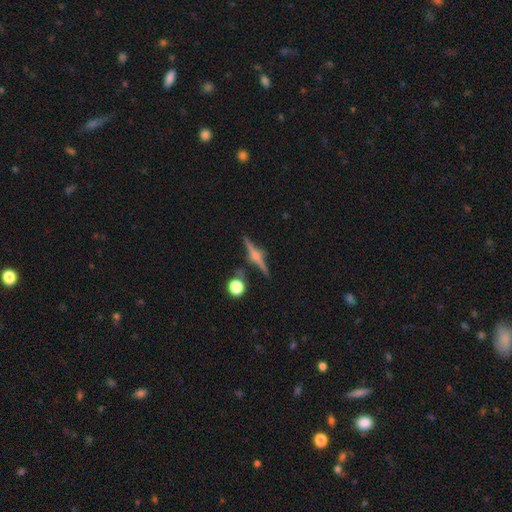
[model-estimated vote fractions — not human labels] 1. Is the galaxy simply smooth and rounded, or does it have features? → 78% featured or disk, 13% smooth, 9% star or artifact.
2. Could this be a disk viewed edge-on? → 97% yes, 3% no.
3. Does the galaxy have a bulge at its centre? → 88% rounded, 8% boxy, 4% none.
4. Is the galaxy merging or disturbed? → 83% none, 10% minor disturbance, 4% merger, 3% major disturbance.